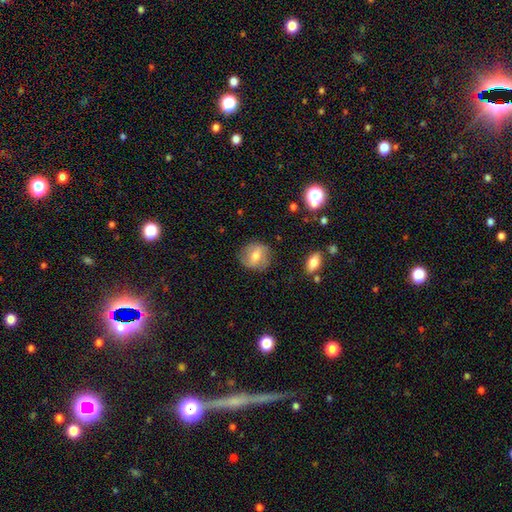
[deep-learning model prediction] Smooth or featured?
  - smooth: 55% *
  - featured or disk: 35%
  - star or artifact: 9%
How rounded?
  - round: 79% *
  - in between: 19%
  - cigar-shaped: 1%
Merging?
  - none: 78% *
  - minor disturbance: 16%
  - major disturbance: 5%
  - merger: 1%